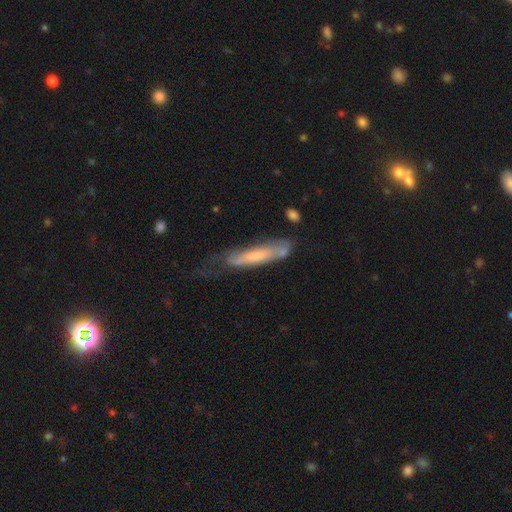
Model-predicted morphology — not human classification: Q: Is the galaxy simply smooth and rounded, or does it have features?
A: smooth — 52%.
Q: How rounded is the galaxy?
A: cigar-shaped — 82%.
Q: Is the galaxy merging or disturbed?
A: none — 39%.